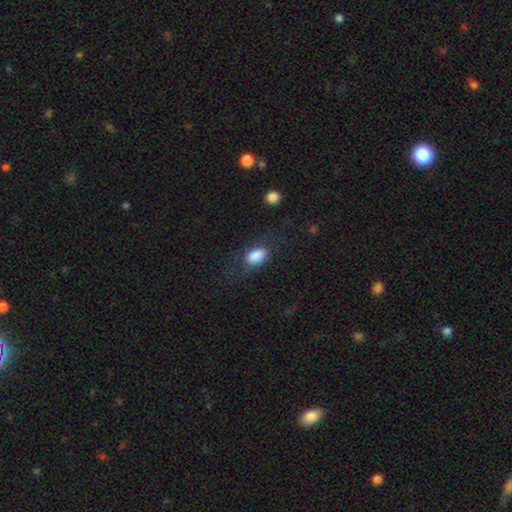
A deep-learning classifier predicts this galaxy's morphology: A smooth galaxy with no disk features (83%) that is in between round and cigar-shaped (89%). Merging: none (61%).